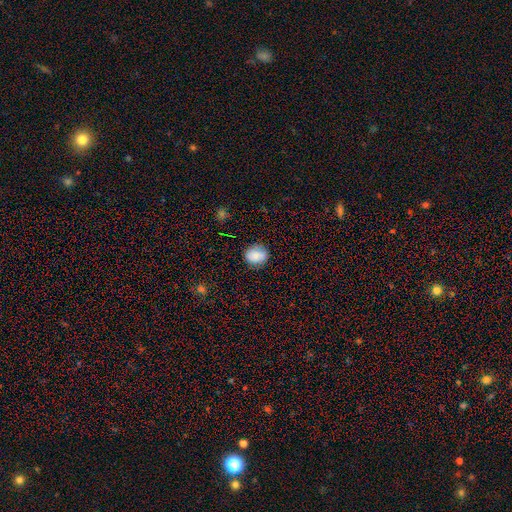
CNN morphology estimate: type=smooth (81%); roundness=round (68%); merging=none (82%).